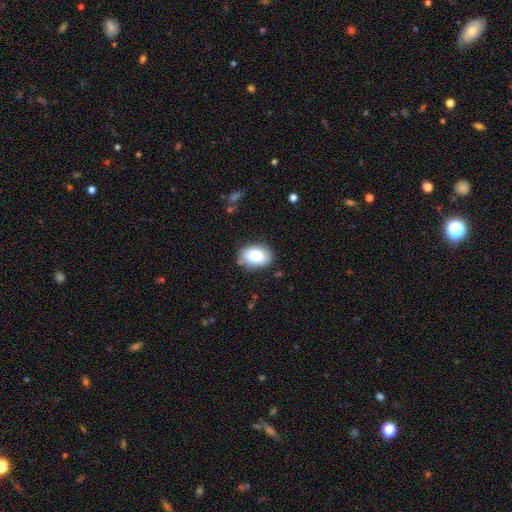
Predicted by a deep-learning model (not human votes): This is clearly a smooth galaxy (80%). How rounded: likely in between (77%). Merging: clearly none (80%).